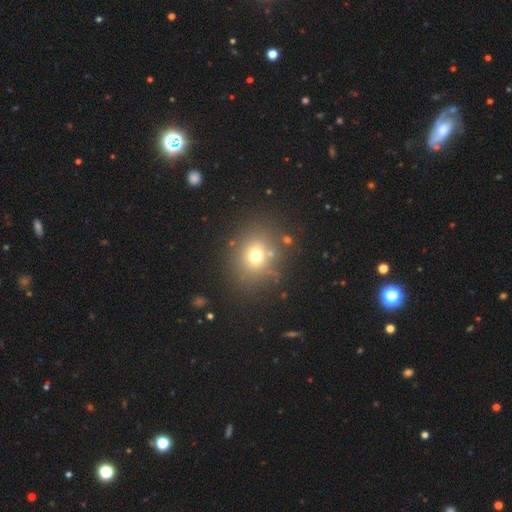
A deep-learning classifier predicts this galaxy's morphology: This is likely a smooth galaxy (68%). How rounded: likely round (72%). Merging: clearly none (81%).